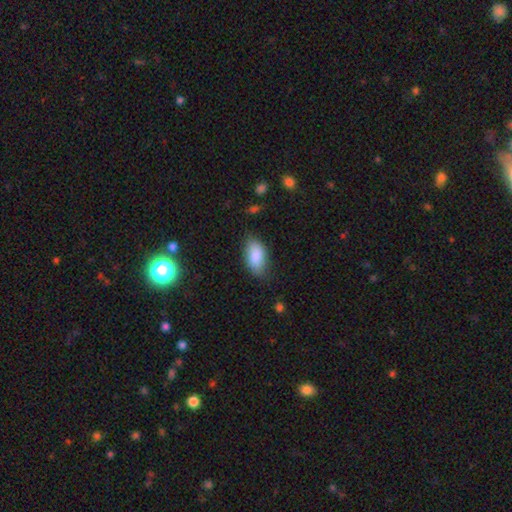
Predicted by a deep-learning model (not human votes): smooth-or-featured: smooth: 87% | star or artifact: 7% | featured or disk: 6%
  how-rounded: in between: 92% | cigar-shaped: 4% | round: 4%
  merging: none: 73% | minor disturbance: 21% | major disturbance: 5% | merger: 2%